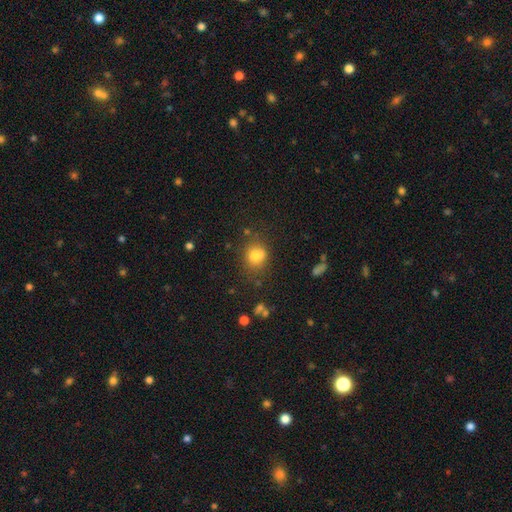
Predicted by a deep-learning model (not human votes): smooth-or-featured: smooth: 75% | star or artifact: 13% | featured or disk: 12%
  how-rounded: round: 65% | in between: 34% | cigar-shaped: 1%
  merging: none: 53% | merger: 21% | minor disturbance: 18% | major disturbance: 8%